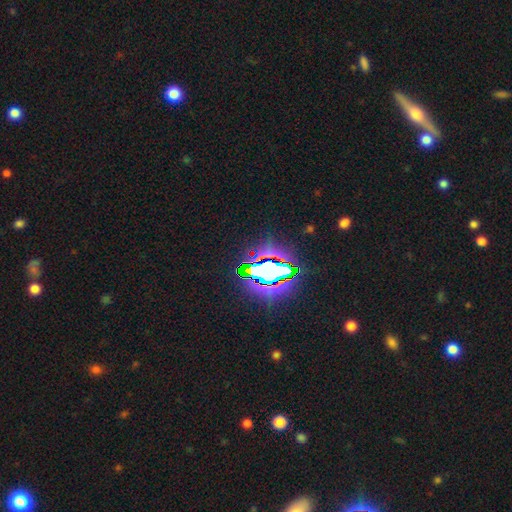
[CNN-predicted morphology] Smooth or featured?
  - star or artifact: 83% *
  - smooth: 9%
  - featured or disk: 8%